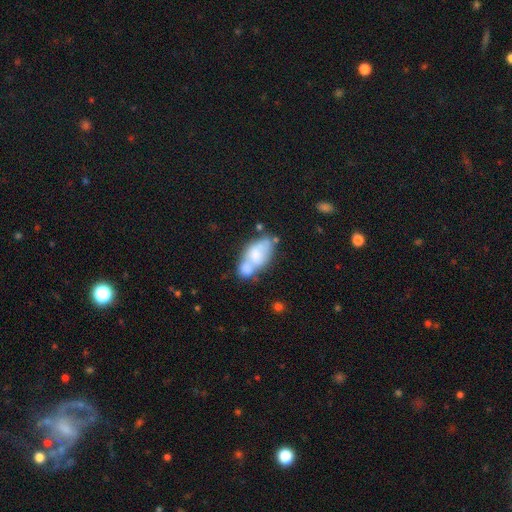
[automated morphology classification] A smooth galaxy with no disk features (61%) that is in between round and cigar-shaped (89%). Merging: merger (55%).